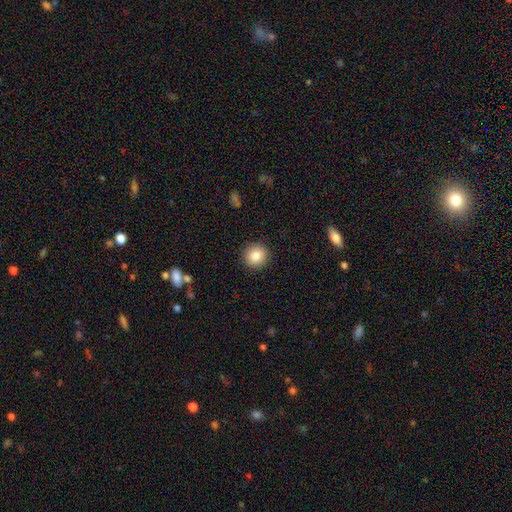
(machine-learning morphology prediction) A smooth galaxy with no disk features (84%) that is round (92%).

Vote fractions:
- Smooth or featured? smooth: 84% / star or artifact: 9% / featured or disk: 7%
- How rounded? round: 92% / in between: 7% / cigar-shaped: 1%
- Merging? none: 91% / minor disturbance: 6% / major disturbance: 2% / merger: 1%